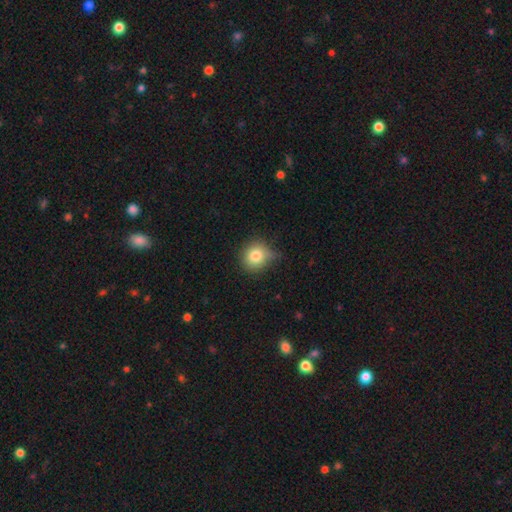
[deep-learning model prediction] Overall: smooth (81%). How rounded: round (85%). Merging: none (62%; minor disturbance 29%).